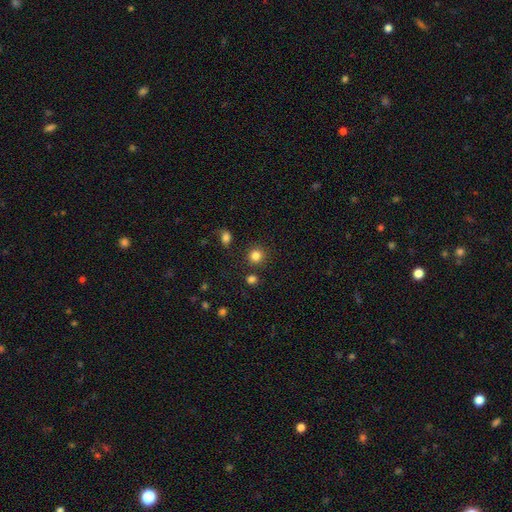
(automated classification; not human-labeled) Q: Smooth or featured?
A: smooth (83%); runner-up: star or artifact (13%)
Q: How rounded?
A: round (91%); runner-up: in between (8%)
Q: Merging?
A: none (85%); runner-up: minor disturbance (7%)